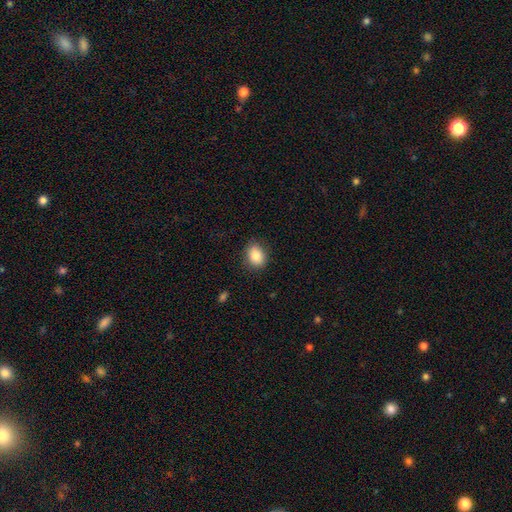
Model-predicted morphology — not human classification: smooth-or-featured: smooth: 85% | star or artifact: 8% | featured or disk: 6%
  how-rounded: in between: 64% | round: 35% | cigar-shaped: 1%
  merging: none: 85% | minor disturbance: 12% | major disturbance: 3% | merger: 1%